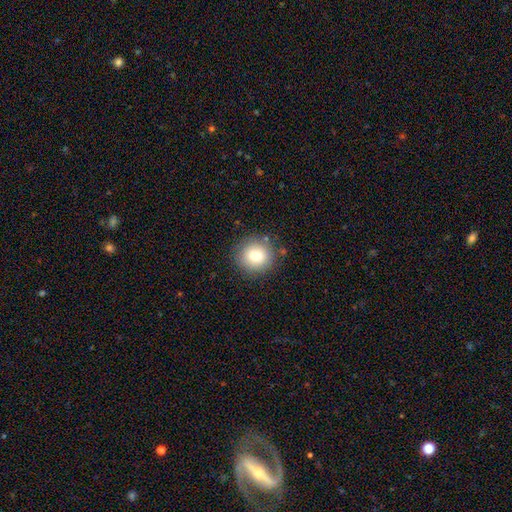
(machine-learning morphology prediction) Smooth or featured?
  - smooth: 80% *
  - featured or disk: 10%
  - star or artifact: 10%
How rounded?
  - round: 90% *
  - in between: 9%
  - cigar-shaped: 1%
Merging?
  - none: 85% *
  - minor disturbance: 10%
  - major disturbance: 3%
  - merger: 2%